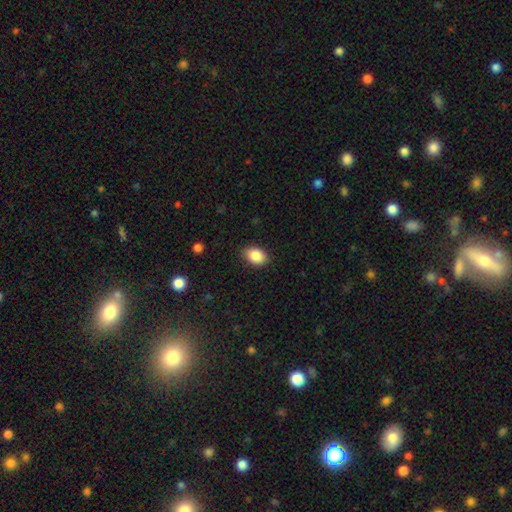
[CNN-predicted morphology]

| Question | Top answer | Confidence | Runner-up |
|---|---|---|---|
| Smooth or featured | smooth | 88% | star or artifact (8%) |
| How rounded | in between | 82% | round (17%) |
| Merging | none | 84% | minor disturbance (12%) |